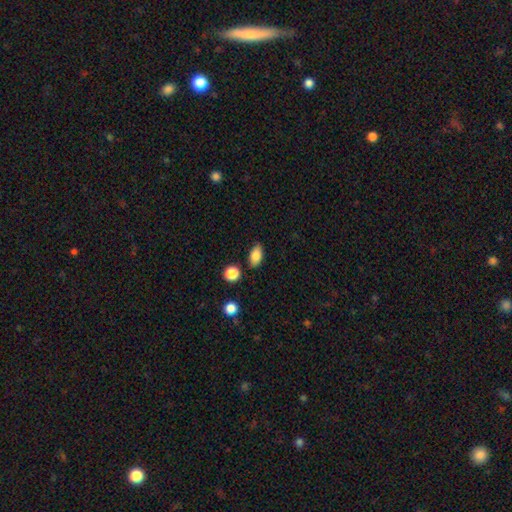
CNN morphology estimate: Overall: smooth (85%). How rounded: in between (88%). Merging: none (81%).